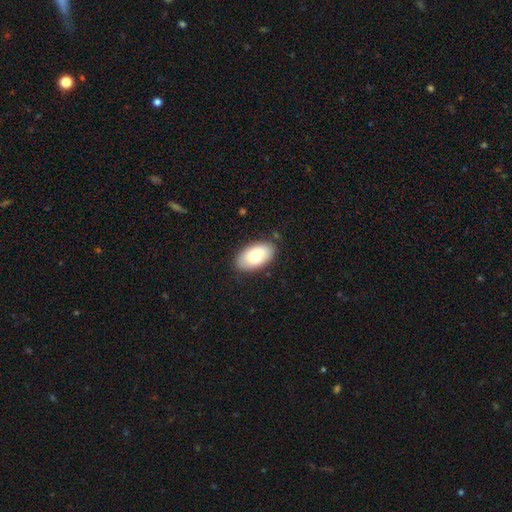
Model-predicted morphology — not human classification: smooth_or_featured: smooth (p=0.80) [alt: featured or disk p=0.14]
how_rounded: in between (p=0.95) [alt: round p=0.03]
merging: none (p=0.84) [alt: minor disturbance p=0.12]